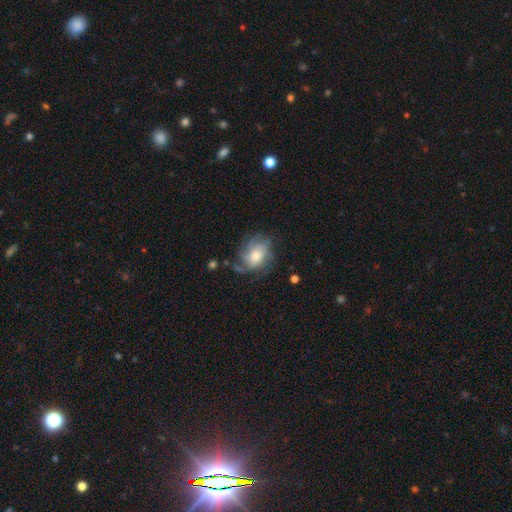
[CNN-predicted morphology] This is likely a featured or disk galaxy (64%). It is clearly not viewed edge-on (97%). Bar: likely no (75%). Spiral arm pattern: clearly yes (86%). Spiral arm count: marginally can't tell (42%). Spiral winding: marginally tight (44%). Central bulge: possibly moderate (57%). Merging: likely none (63%).